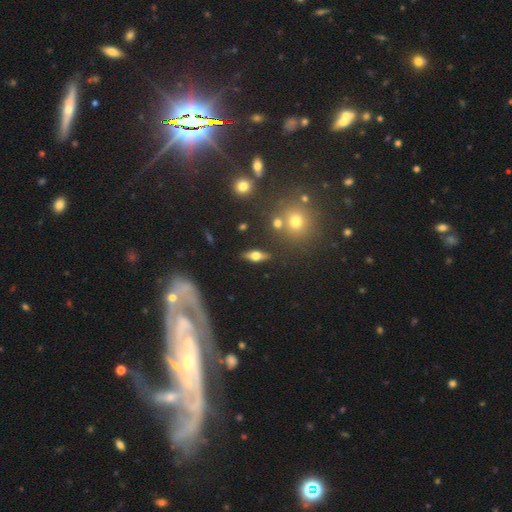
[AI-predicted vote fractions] This is possibly a featured or disk galaxy (53%). It is clearly viewed edge-on (88%). Merging: clearly none (85%).